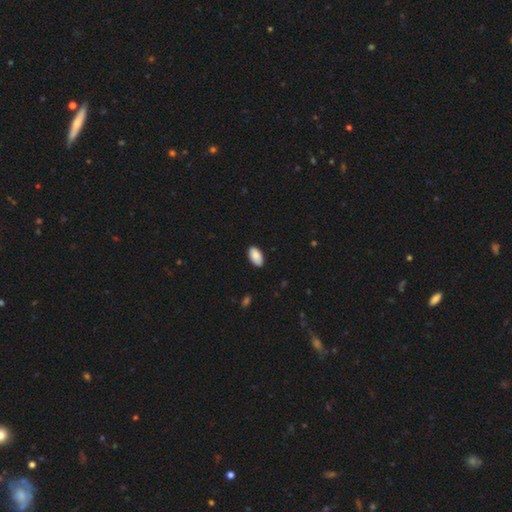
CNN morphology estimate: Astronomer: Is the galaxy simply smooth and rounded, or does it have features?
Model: smooth — 88%.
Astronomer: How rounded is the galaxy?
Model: in between — 96%.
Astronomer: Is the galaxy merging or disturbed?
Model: none — 86%.